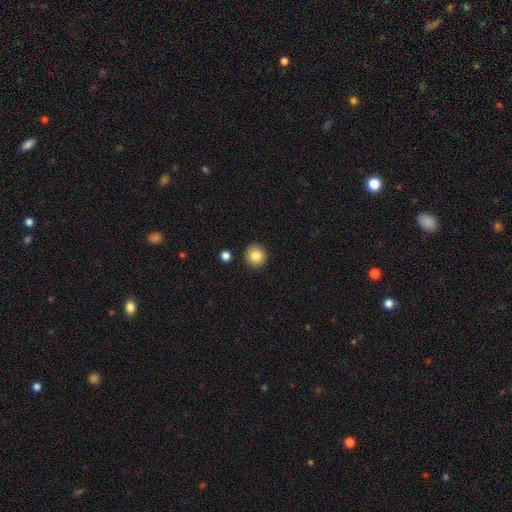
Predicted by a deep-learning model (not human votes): Smooth or featured? Predicted: smooth (p=0.85). How rounded? Predicted: round (p=0.93). Merging? Predicted: none (p=0.90).